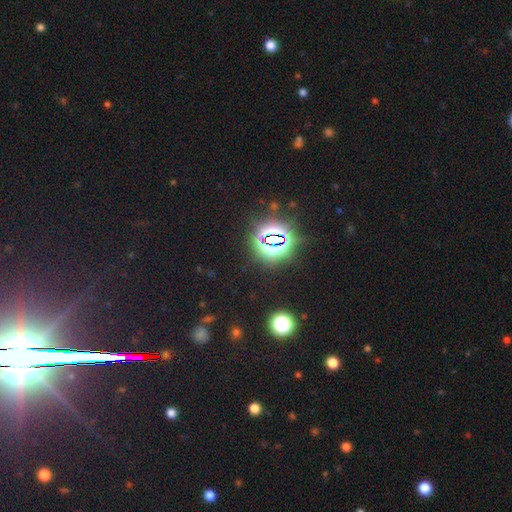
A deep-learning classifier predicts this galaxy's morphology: This is clearly a star or artifact rather than a galaxy (80%).